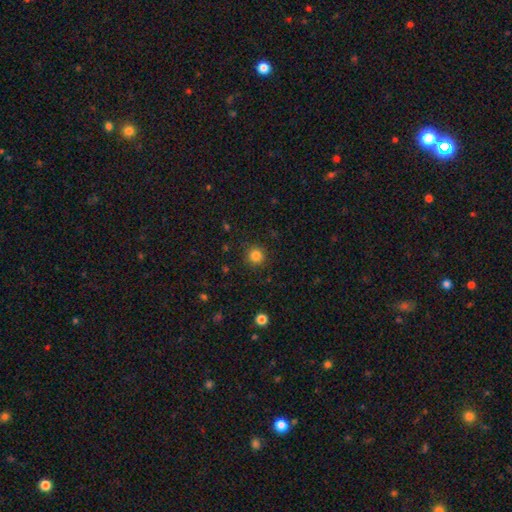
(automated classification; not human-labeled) smooth-or-featured: smooth: 83% | star or artifact: 12% | featured or disk: 5%
  how-rounded: round: 94% | in between: 5% | cigar-shaped: 1%
  merging: none: 90% | minor disturbance: 7% | major disturbance: 2% | merger: 1%